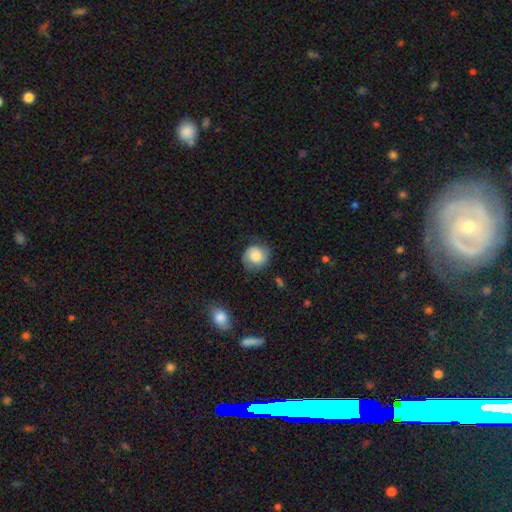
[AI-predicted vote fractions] Smooth or featured: smooth — 67% (featured or disk — 25%)
How rounded: round — 84% (in between — 15%)
Merging: none — 69% (minor disturbance — 22%)